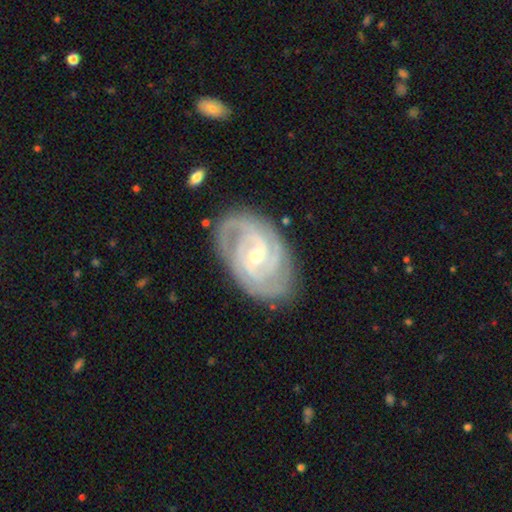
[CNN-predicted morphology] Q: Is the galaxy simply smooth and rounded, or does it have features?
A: featured or disk — 91%.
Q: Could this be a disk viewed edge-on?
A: no — 97%.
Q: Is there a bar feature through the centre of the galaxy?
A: weak — 45%.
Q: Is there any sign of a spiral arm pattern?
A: yes — 98%.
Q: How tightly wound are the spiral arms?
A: tight — 68%.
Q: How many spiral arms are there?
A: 3 — 40%.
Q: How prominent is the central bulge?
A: small — 50%.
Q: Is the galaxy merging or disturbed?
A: none — 81%.